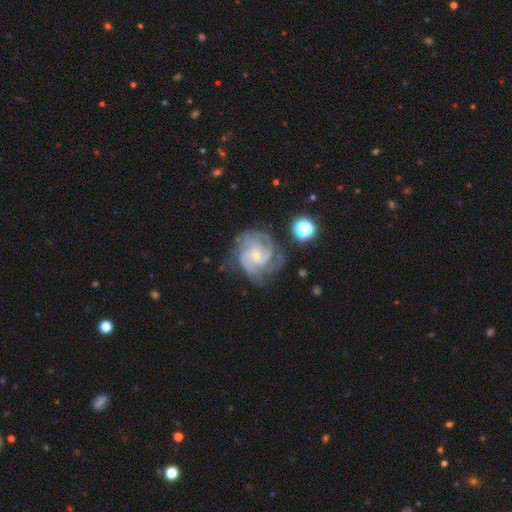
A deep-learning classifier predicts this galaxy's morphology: Smooth or featured?
  - featured or disk: 88% *
  - smooth: 6%
  - star or artifact: 6%
Edge-on disk?
  - no: 98% *
  - yes: 2%
Bar?
  - no: 64% *
  - weak: 30%
  - strong: 6%
Spiral arms?
  - yes: 97% *
  - no: 3%
Spiral winding?
  - tight: 51% *
  - medium: 41%
  - loose: 8%
Spiral arm count?
  - 3: 34% *
  - 2: 21%
  - can't tell: 18%
  - 4: 15%
  - more than 4: 6%
  - 1: 5%
Bulge size?
  - small: 76% *
  - moderate: 20%
  - none: 2%
  - large: 1%
  - dominant: 1%
Merging?
  - none: 65% *
  - minor disturbance: 21%
  - major disturbance: 12%
  - merger: 2%